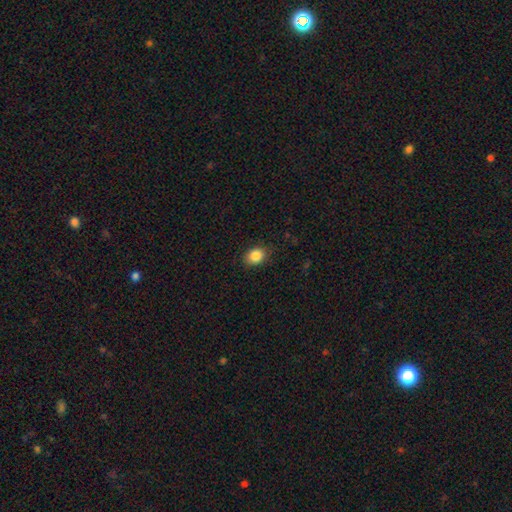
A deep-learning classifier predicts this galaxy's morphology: A smooth galaxy with no disk features (86%) that is in between round and cigar-shaped (50%).

Vote fractions:
- Smooth or featured? smooth: 86% / star or artifact: 9% / featured or disk: 5%
- How rounded? in between: 50% / round: 49% / cigar-shaped: 1%
- Merging? none: 85% / minor disturbance: 11% / major disturbance: 3% / merger: 1%